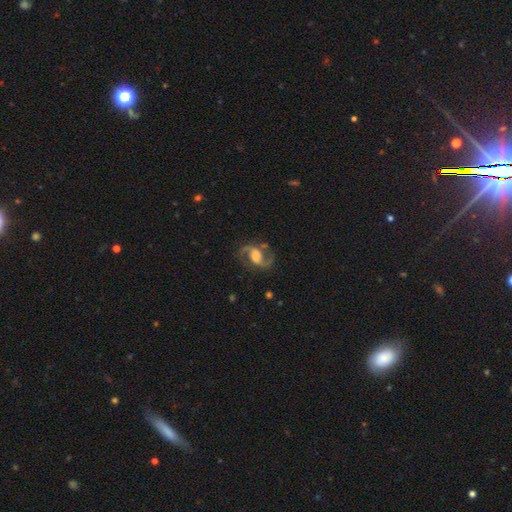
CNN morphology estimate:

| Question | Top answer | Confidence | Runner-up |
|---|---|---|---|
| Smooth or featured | featured or disk | 89% | smooth (6%) |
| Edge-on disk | no | 98% | yes (2%) |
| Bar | weak | 42% | tied: no (42%) |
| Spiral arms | yes | 97% | no (3%) |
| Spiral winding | medium | 53% | loose (38%) |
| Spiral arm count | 2 | 93% | can't tell (2%) |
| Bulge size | moderate | 53% | small (21%) |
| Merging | none | 79% | minor disturbance (13%) |